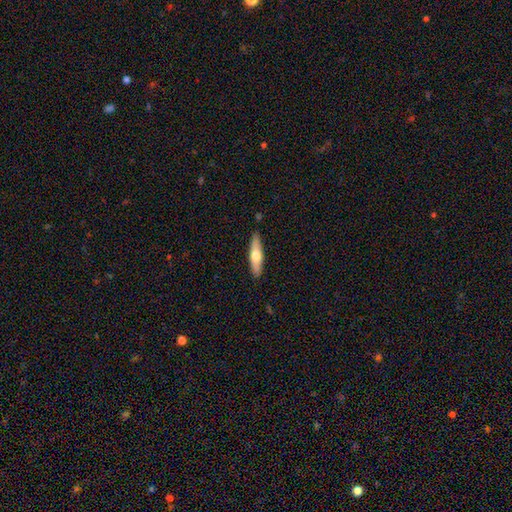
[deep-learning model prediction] smooth_or_featured: smooth (p=0.58) [alt: featured or disk p=0.37]
how_rounded: cigar-shaped (p=0.72) [alt: in between p=0.26]
merging: none (p=0.87) [alt: minor disturbance p=0.10]